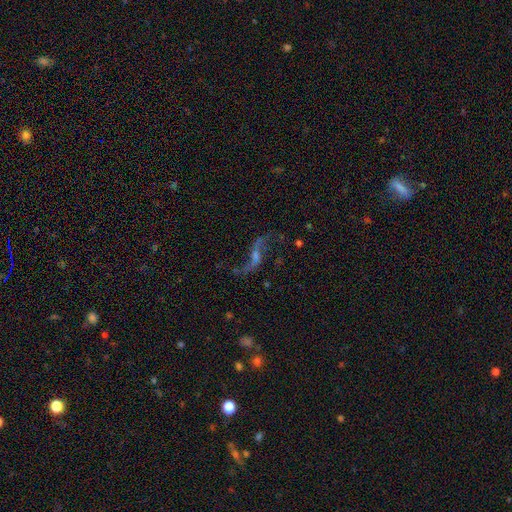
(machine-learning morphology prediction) This is clearly a featured or disk galaxy (83%). It is clearly not viewed edge-on (89%). Bar: marginally no (41%). Spiral arm pattern: clearly yes (93%). Spiral arm count: clearly 2 (92%). Spiral winding: clearly loose (92%). Central bulge: possibly small (45%). Merging: likely none (72%).